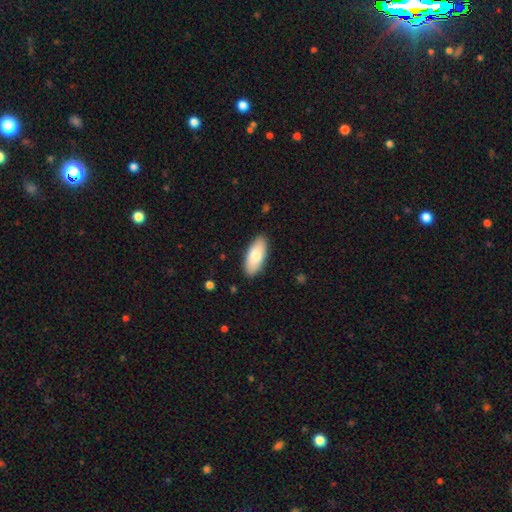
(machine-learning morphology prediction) Smooth or featured? smooth (80%)
How rounded? in between (87%)
Merging? none (89%)